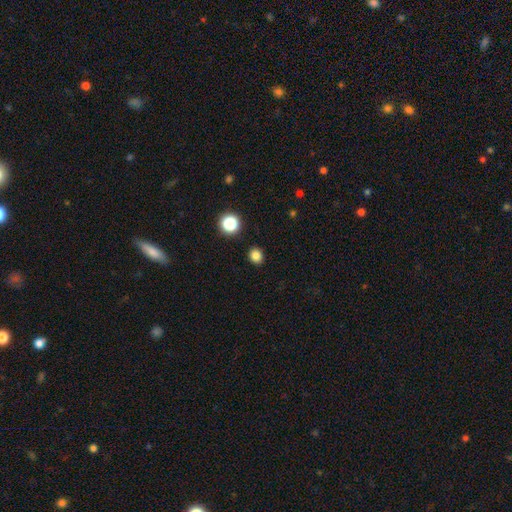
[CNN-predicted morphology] type=smooth (82%); roundness=round (74%); merging=none (91%).